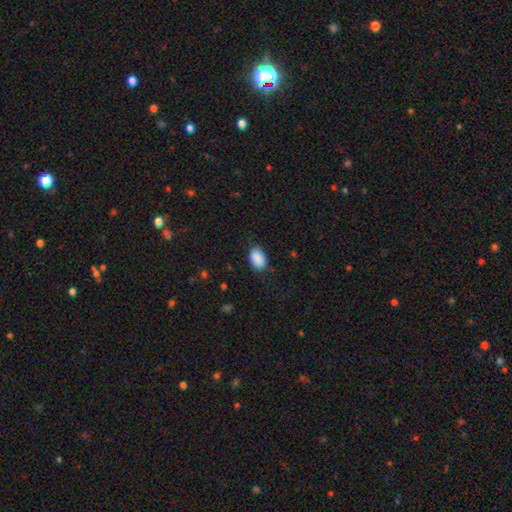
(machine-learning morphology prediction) This is clearly a smooth galaxy (89%). How rounded: clearly in between (90%). Merging: likely none (76%).